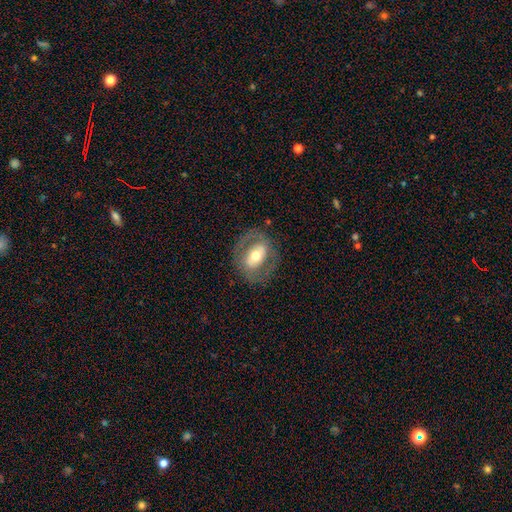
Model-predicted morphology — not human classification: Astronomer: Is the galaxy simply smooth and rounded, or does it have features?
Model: featured or disk — 60%.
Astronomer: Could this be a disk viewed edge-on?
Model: no — 93%.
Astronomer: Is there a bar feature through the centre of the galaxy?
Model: no — 40% (runner-up: weak, 30%).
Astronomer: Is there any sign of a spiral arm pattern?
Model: no — 62% (runner-up: yes, 38%).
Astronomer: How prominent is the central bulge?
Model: moderate — 67%.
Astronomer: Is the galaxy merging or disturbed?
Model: none — 76%.